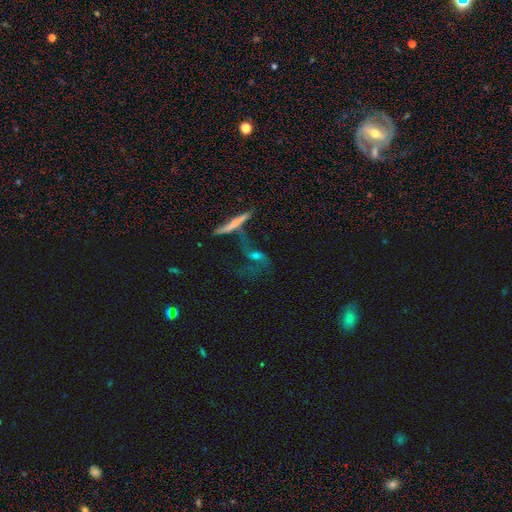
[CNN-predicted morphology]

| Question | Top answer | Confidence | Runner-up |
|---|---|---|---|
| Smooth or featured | featured or disk | 60% | smooth (25%) |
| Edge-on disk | no | 75% | yes (25%) |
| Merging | none | 37% | merger (30%) |